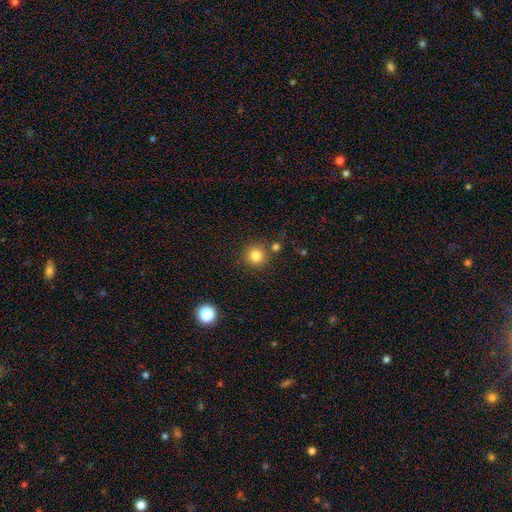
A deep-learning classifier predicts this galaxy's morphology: Overall: smooth (82%). How rounded: round (94%). Merging: none (83%).